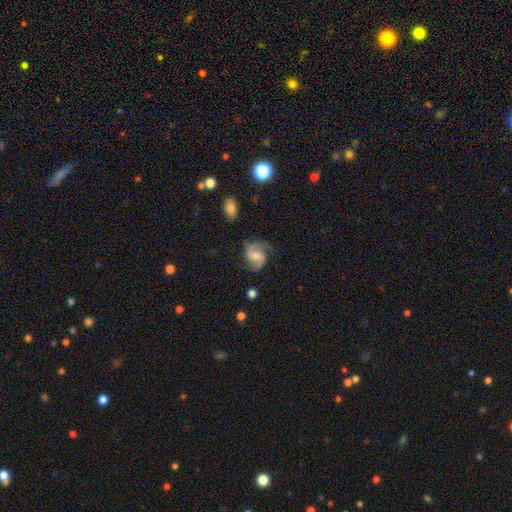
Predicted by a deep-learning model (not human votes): Smooth or featured? Predicted: featured or disk (p=0.76). Edge-on disk? Predicted: no (p=0.98). Bar? Predicted: no (p=0.49). Spiral arms? Predicted: yes (p=0.95). Spiral winding? Predicted: medium (p=0.50). Spiral arm count? Predicted: 2 (p=0.90). Bulge size? Predicted: moderate (p=0.51). Merging? Predicted: none (p=0.72).